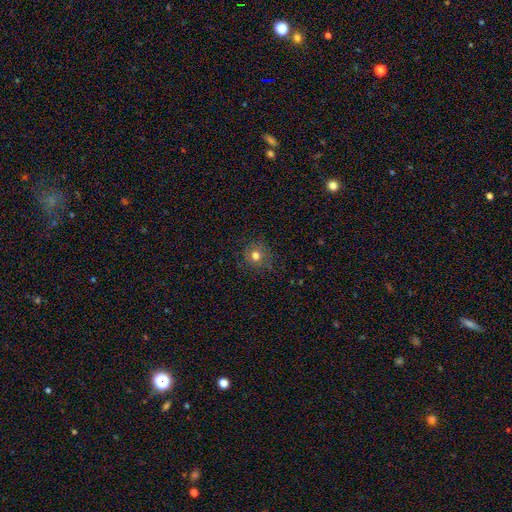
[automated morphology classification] The model was most divided on "smooth or featured": smooth: 74%, star or artifact: 14%, featured or disk: 12%. More confident: how rounded — round (89%); merging — none (83%).